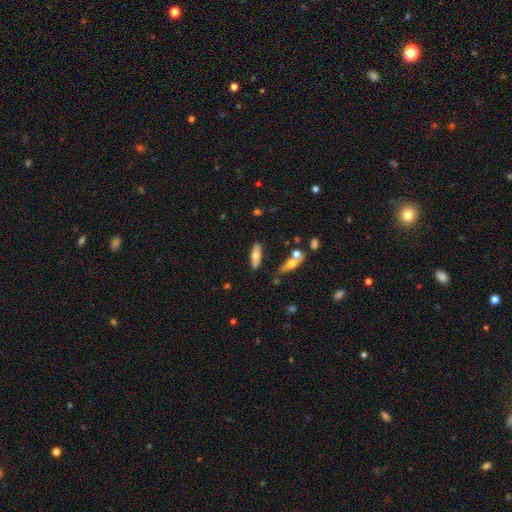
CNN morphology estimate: This appears to be a smooth galaxy with no disk features (58%) that is in between round and cigar-shaped (54%). Merging: none (76%).